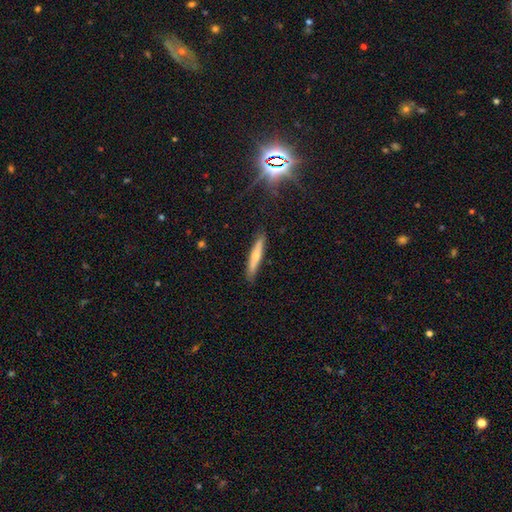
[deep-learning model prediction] A smooth galaxy with no disk features (53%) that is cigar-shaped (91%).

Vote fractions:
- Smooth or featured? smooth: 53% / featured or disk: 41% / star or artifact: 6%
- How rounded? cigar-shaped: 91% / in between: 8% / round: 2%
- Merging? none: 85% / minor disturbance: 11% / major disturbance: 2% / merger: 1%